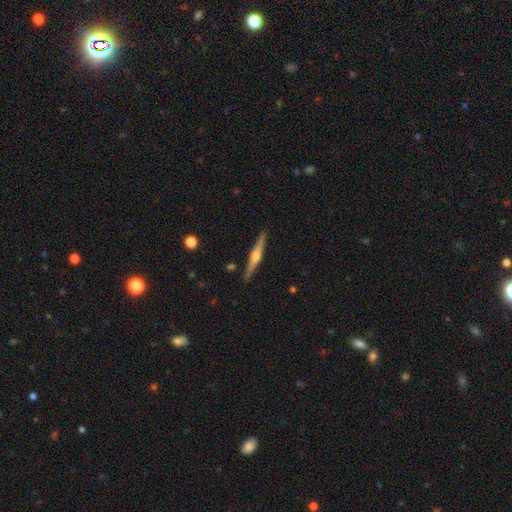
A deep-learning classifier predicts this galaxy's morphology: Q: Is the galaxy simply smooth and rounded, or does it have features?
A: featured or disk — 76%.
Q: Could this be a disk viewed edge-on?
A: yes — 98%.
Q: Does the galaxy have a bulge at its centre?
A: rounded — 87%.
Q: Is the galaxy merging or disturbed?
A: none — 90%.